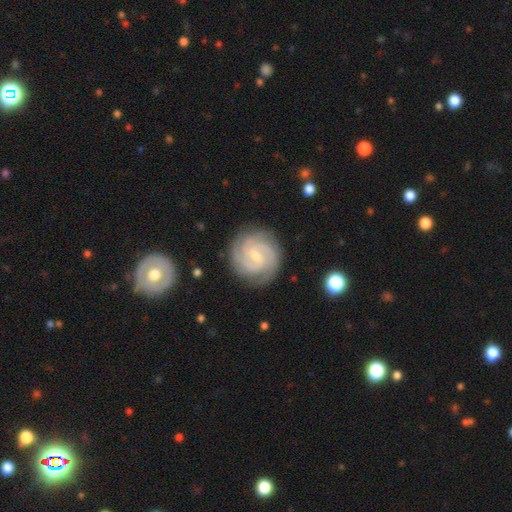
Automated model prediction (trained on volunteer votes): Overall: featured or disk (88%). Edge-on disk: no (98%). Bar: weak (53%; no 34%). Spiral arms: yes (98%). Spiral arm count: 3 (36%; 2 25%). Spiral winding: tight (68%). Bulge size: small (70%). Merging: none (84%).